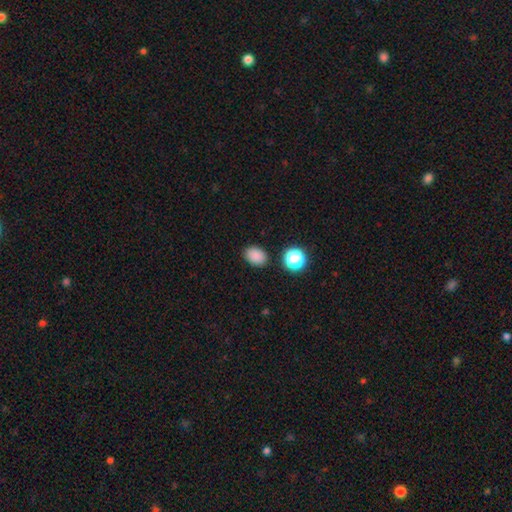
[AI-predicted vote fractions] smooth 85%, star or artifact 12%, featured or disk 4%. Down the decision tree: how rounded — in between (66%); merging — none (86%).